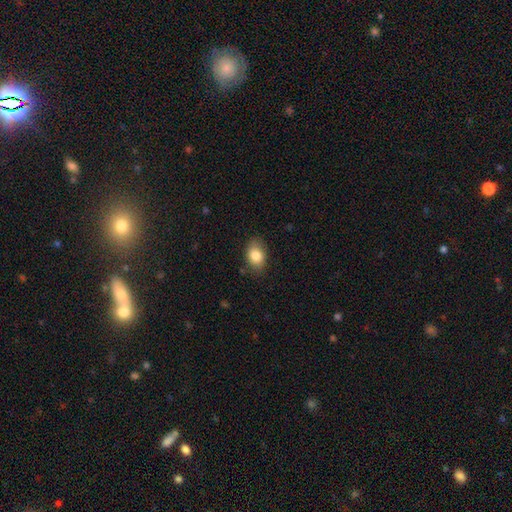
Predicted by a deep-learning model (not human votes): smooth_or_featured: smooth (p=0.83) [alt: featured or disk p=0.09]
how_rounded: in between (p=0.82) [alt: round p=0.17]
merging: none (p=0.81) [alt: minor disturbance p=0.15]